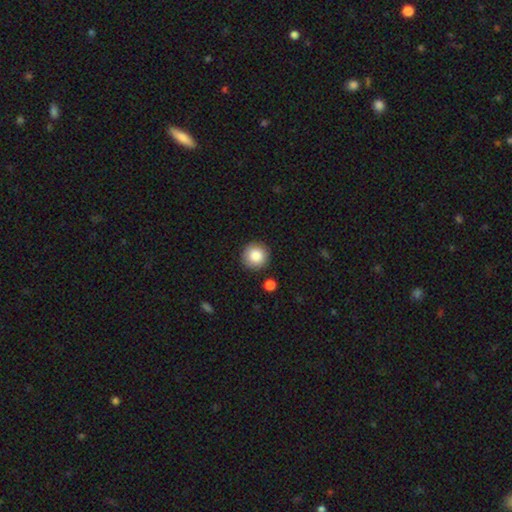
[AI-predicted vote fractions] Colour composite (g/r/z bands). It shows a smooth galaxy with no disk features (86%) that is round (95%). Merging: none (88%).